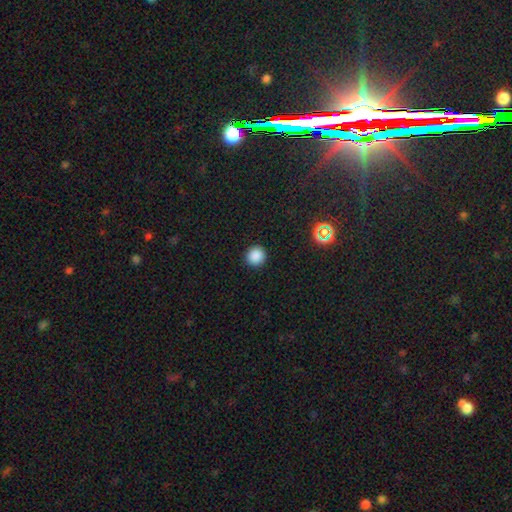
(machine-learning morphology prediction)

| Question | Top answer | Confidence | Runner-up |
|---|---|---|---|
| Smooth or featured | smooth | 86% | star or artifact (11%) |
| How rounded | round | 94% | in between (5%) |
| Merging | none | 92% | minor disturbance (5%) |